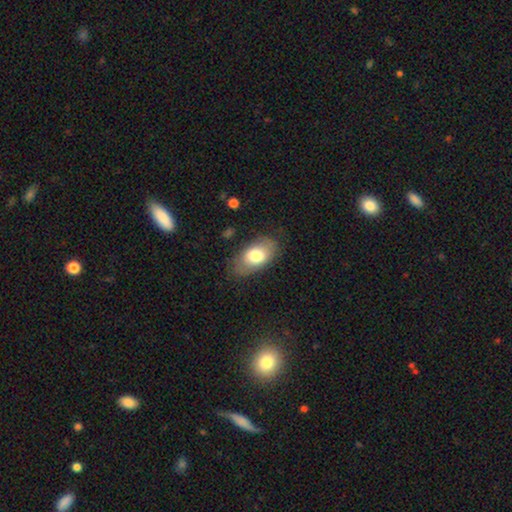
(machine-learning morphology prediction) type=smooth (72%); roundness=in between (92%); merging=none (71%).